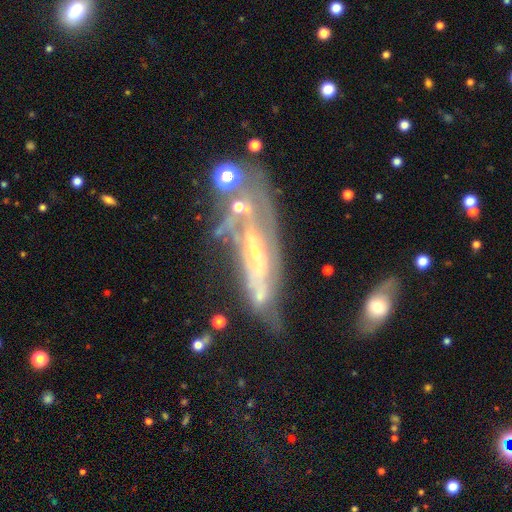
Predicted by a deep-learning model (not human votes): Q: Smooth or featured?
A: featured or disk (75%); runner-up: smooth (14%)
Q: Edge-on disk?
A: no (69%); runner-up: yes (31%)
Q: Bar?
A: no (56%); runner-up: weak (25%)
Q: Spiral arms?
A: yes (70%); runner-up: no (30%)
Q: Bulge size?
A: small (68%); runner-up: moderate (24%)
Q: Merging?
A: none (39%); runner-up: major disturbance (23%)